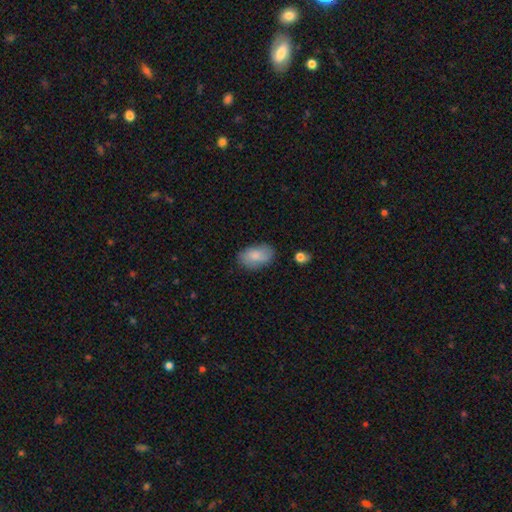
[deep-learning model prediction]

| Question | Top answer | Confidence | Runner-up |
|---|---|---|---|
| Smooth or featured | smooth | 78% | featured or disk (15%) |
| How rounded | in between | 92% | round (6%) |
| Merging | none | 75% | minor disturbance (19%) |